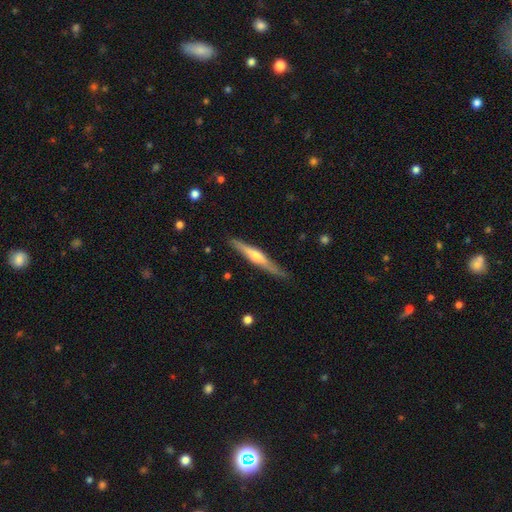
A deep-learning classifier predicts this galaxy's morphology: A featured or disk galaxy (65%) viewed edge-on (96%) with a rounded central bulge (80%). Merging: none (84%).